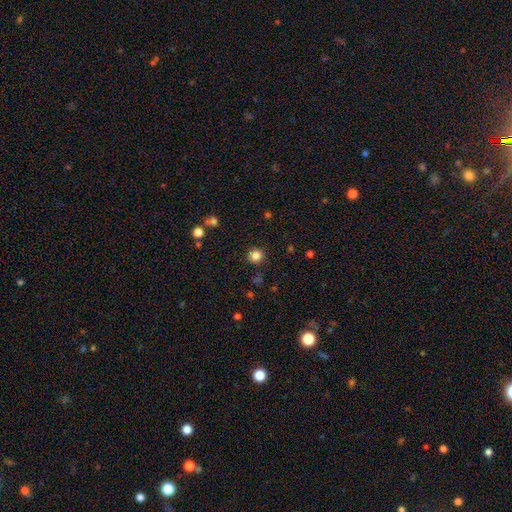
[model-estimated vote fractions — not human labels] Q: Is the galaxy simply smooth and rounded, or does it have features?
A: smooth — 83%.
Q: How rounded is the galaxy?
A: round — 93%.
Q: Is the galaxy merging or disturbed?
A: none — 90%.